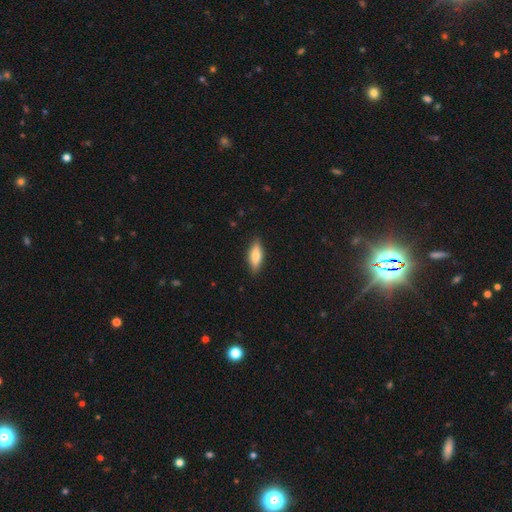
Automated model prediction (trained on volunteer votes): A smooth galaxy with no disk features (69%) that is in between round and cigar-shaped (55%).

Vote fractions:
- Smooth or featured? smooth: 69% / featured or disk: 25% / star or artifact: 6%
- How rounded? in between: 55% / cigar-shaped: 43% / round: 2%
- Merging? none: 87% / minor disturbance: 10% / major disturbance: 2% / merger: 1%